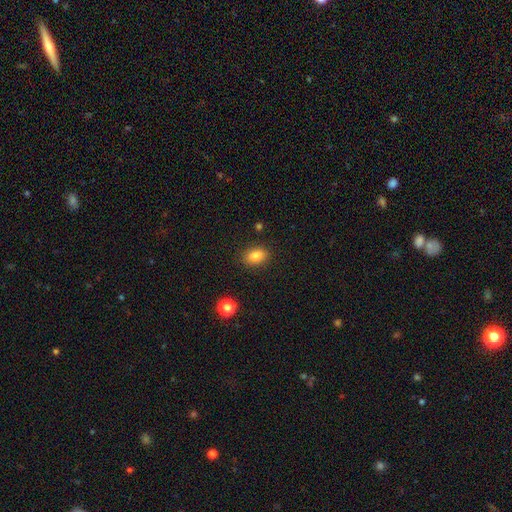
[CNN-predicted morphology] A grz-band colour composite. It shows a smooth galaxy with no disk features (83%) that is in between round and cigar-shaped (79%). Merging: none (87%).